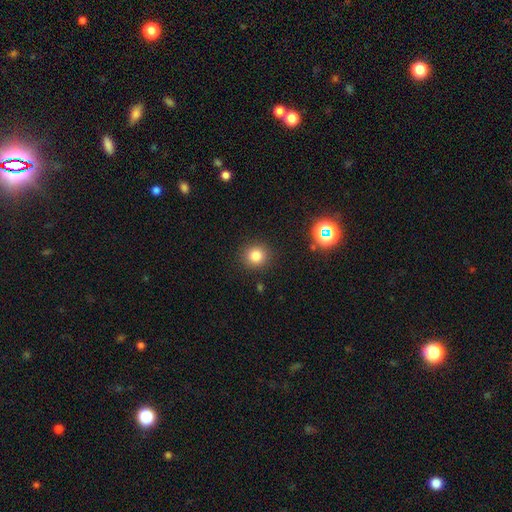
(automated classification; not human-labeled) The model was most divided on "smooth or featured": smooth: 81%, star or artifact: 14%, featured or disk: 6%. More confident: merging — none (90%); how rounded — round (89%).